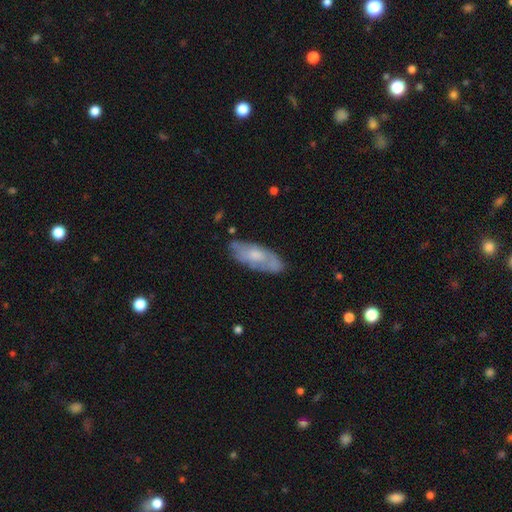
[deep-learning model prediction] Smooth or featured? Predicted: smooth (p=0.49). Merging? Predicted: none (p=0.72).